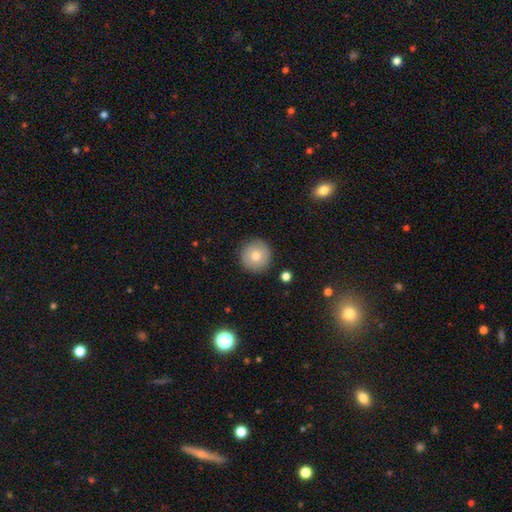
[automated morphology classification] Q: Smooth or featured?
A: smooth (77%); runner-up: featured or disk (14%)
Q: How rounded?
A: round (95%); runner-up: in between (4%)
Q: Merging?
A: none (91%); runner-up: minor disturbance (6%)